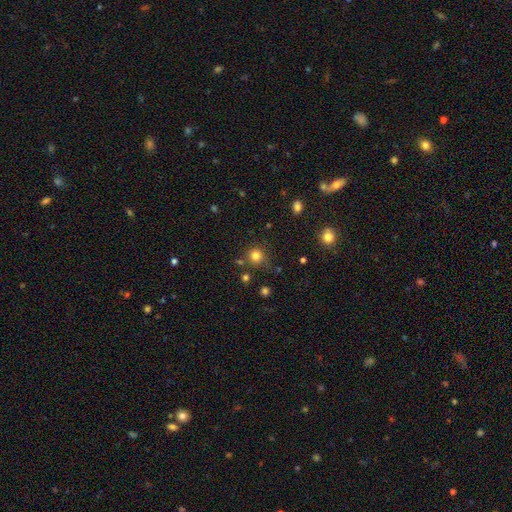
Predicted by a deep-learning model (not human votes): The model was most divided on "smooth or featured": smooth: 79%, star or artifact: 15%, featured or disk: 6%. More confident: how rounded — round (92%); merging — none (78%).